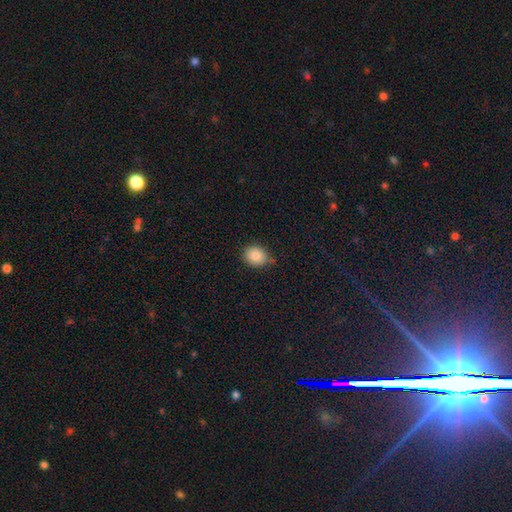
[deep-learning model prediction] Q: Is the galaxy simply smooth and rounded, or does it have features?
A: smooth — 85%.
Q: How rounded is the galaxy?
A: round — 64%.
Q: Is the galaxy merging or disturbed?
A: none — 77%.